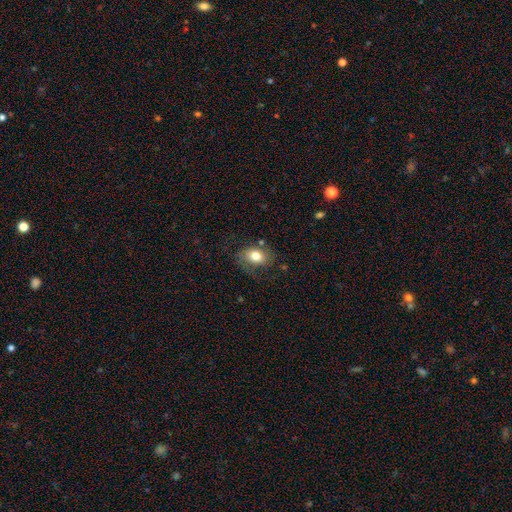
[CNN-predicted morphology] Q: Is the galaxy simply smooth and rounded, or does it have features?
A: smooth — 76%.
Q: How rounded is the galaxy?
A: in between — 72%.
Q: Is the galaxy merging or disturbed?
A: none — 65%.